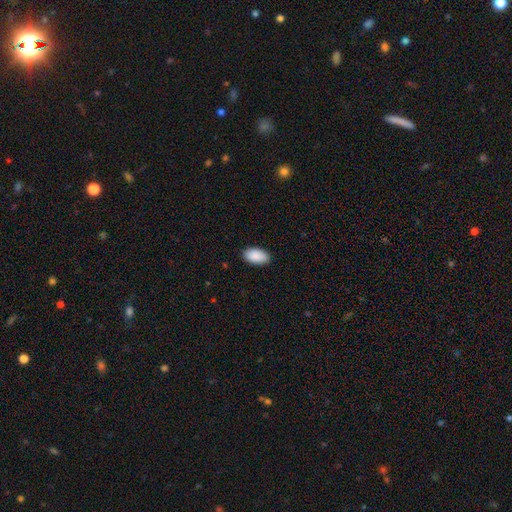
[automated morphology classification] Smooth or featured?
  - smooth: 91% *
  - star or artifact: 6%
  - featured or disk: 3%
How rounded?
  - in between: 96% *
  - round: 3%
  - cigar-shaped: 2%
Merging?
  - none: 89% *
  - minor disturbance: 9%
  - major disturbance: 2%
  - merger: 1%